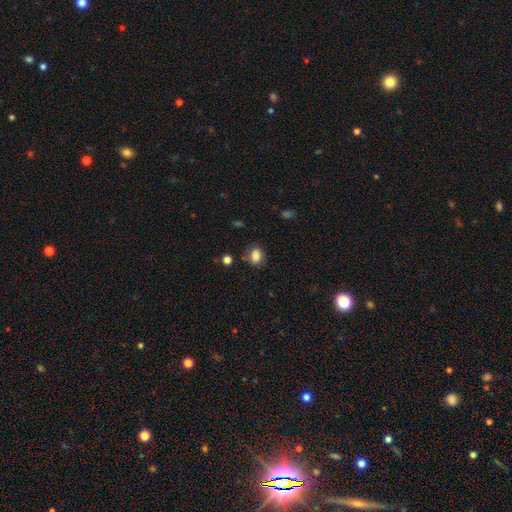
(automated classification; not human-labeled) This is clearly a smooth galaxy (83%). How rounded: likely in between (62%). Merging: likely none (74%).